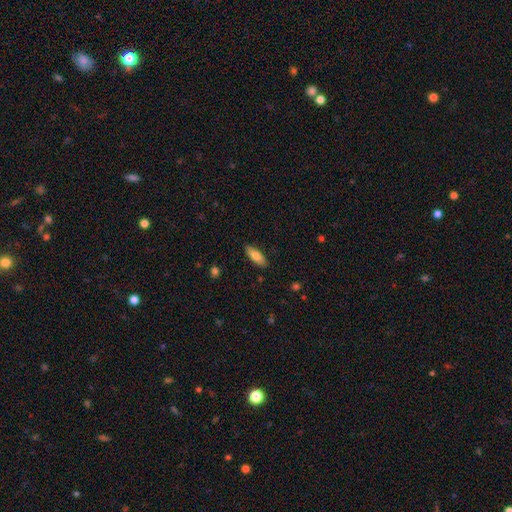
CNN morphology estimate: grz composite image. It shows a smooth galaxy with no disk features (79%) that is in between round and cigar-shaped (69%). Merging: none (87%).